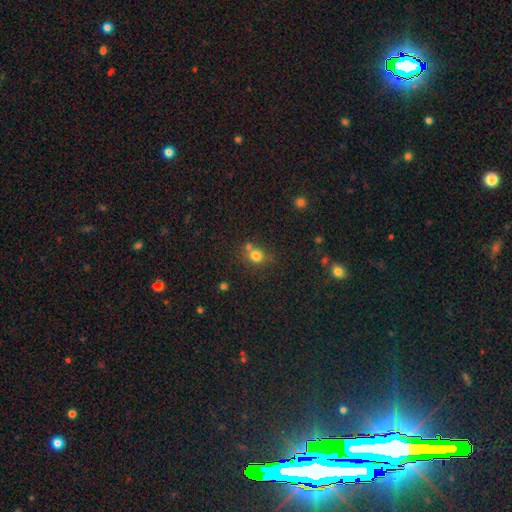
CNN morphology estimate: smooth 77%, star or artifact 14%, featured or disk 8%. Down the decision tree: how rounded — round (72%); merging — none (56%).